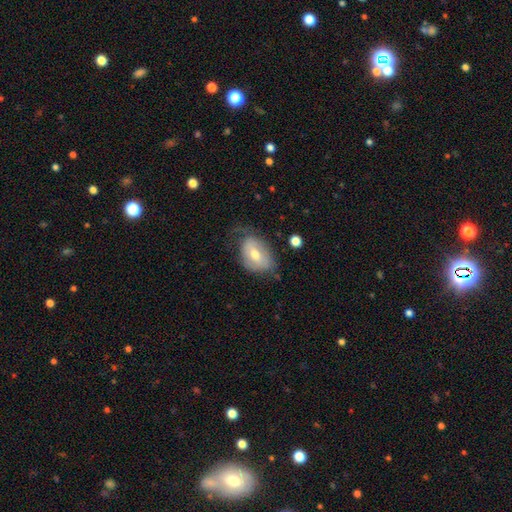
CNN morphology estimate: This is possibly a smooth galaxy (52%). How rounded: likely in between (79%). Merging: marginally none (44%).